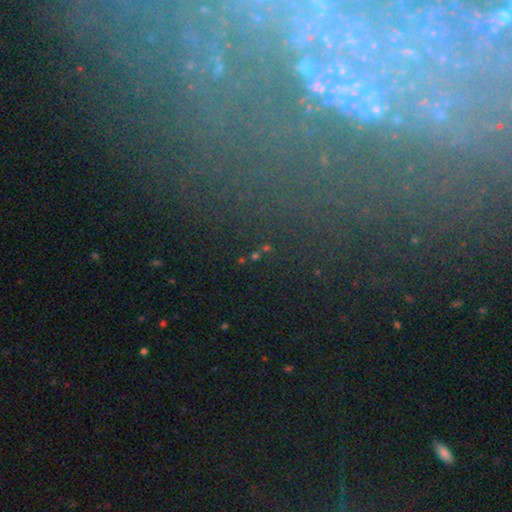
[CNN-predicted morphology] Q: Smooth or featured?
A: star or artifact (63%); runner-up: smooth (21%)